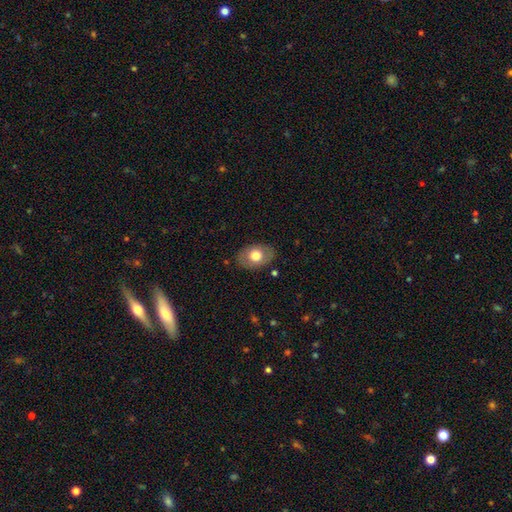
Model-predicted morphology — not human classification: A smooth galaxy with no disk features (68%) that is in between round and cigar-shaped (80%).

Vote fractions:
- Smooth or featured? smooth: 68% / featured or disk: 25% / star or artifact: 7%
- How rounded? in between: 80% / round: 19% / cigar-shaped: 1%
- Merging? none: 83% / minor disturbance: 13% / major disturbance: 4% / merger: 1%